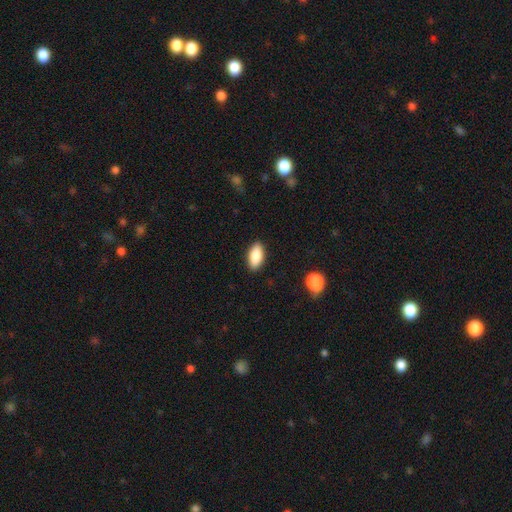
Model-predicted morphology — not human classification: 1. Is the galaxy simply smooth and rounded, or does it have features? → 86% smooth, 7% featured or disk, 7% star or artifact.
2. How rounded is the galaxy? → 91% in between, 6% cigar-shaped, 3% round.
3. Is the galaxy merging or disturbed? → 89% none, 8% minor disturbance, 2% major disturbance, 1% merger.